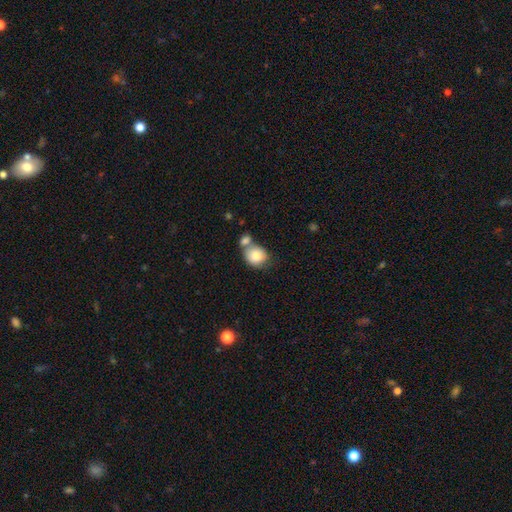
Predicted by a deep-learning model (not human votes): smooth 82%, featured or disk 11%, star or artifact 7%. Down the decision tree: how rounded — round (67%); merging — merger (42%).